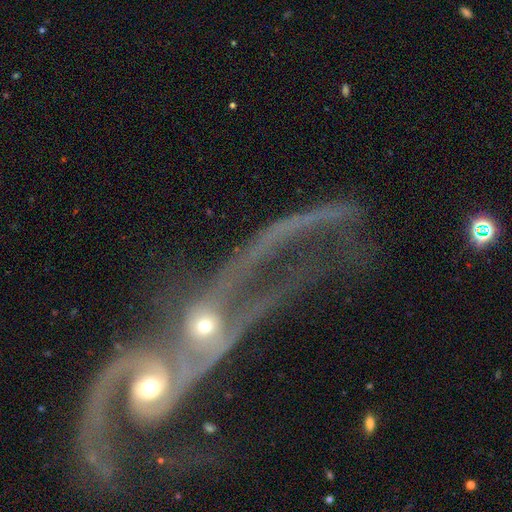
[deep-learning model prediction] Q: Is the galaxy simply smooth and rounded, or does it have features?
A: featured or disk — 78%.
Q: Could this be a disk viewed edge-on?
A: no — 93%.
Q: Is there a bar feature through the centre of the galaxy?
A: no — 66%.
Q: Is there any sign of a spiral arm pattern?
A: yes — 81%.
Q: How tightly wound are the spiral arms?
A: loose — 53%.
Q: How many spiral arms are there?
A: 2 — 55%.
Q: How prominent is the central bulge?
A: moderate — 55%.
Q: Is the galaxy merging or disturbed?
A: merger — 73%.